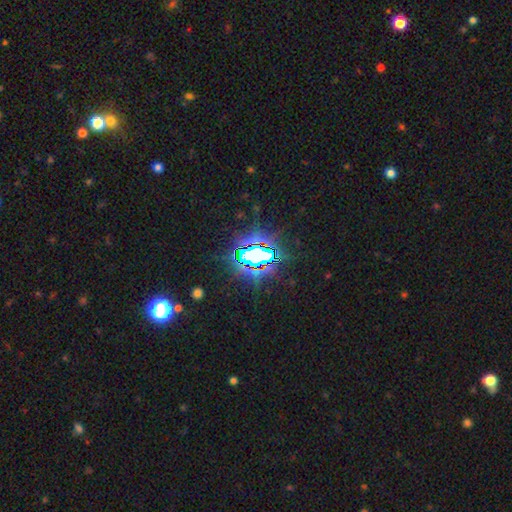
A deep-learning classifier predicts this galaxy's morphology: This is likely a star or artifact rather than a galaxy (78%).